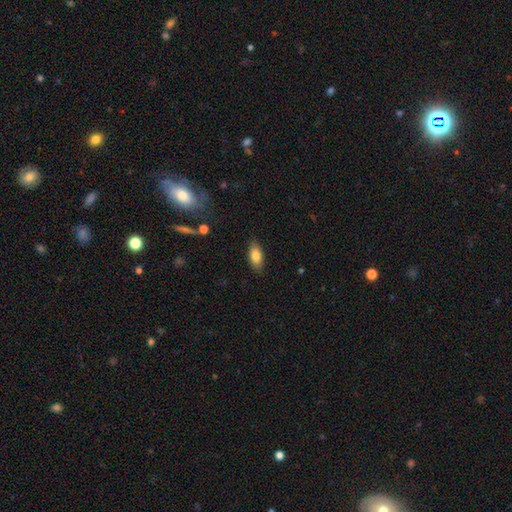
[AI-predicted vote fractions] Smooth or featured? Predicted: smooth (p=0.82). How rounded? Predicted: in between (p=0.88). Merging? Predicted: none (p=0.84).